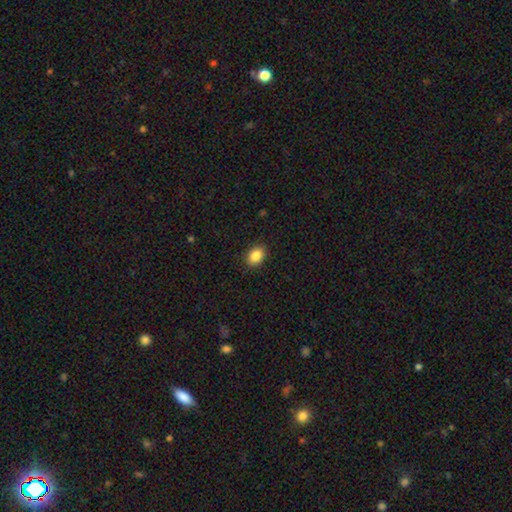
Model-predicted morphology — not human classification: Smooth or featured? smooth (86%)
How rounded? in between (72%)
Merging? none (89%)